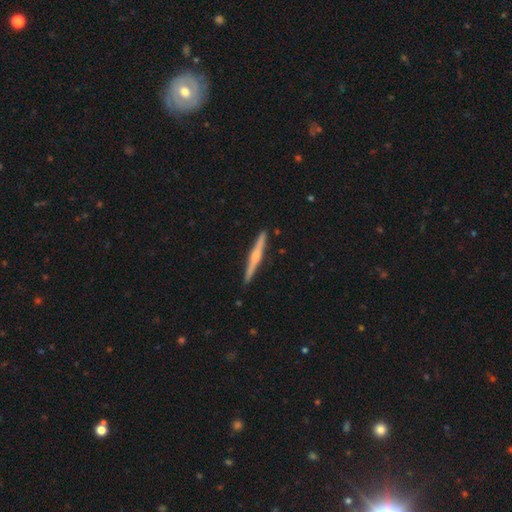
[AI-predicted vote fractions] Smooth or featured?
  - featured or disk: 60% *
  - smooth: 34%
  - star or artifact: 5%
Edge-on disk?
  - yes: 98% *
  - no: 2%
Edge-on bulge?
  - rounded: 61% *
  - none: 24%
  - boxy: 14%
Merging?
  - none: 91% *
  - minor disturbance: 6%
  - major disturbance: 1%
  - merger: 1%